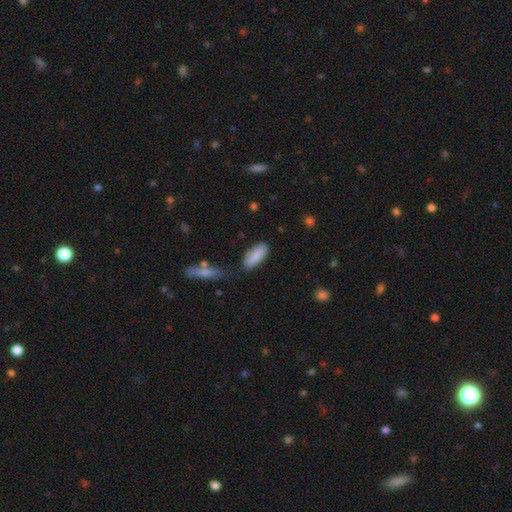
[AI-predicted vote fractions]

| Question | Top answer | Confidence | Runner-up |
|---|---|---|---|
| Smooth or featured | smooth | 86% | featured or disk (8%) |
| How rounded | in between | 71% | cigar-shaped (27%) |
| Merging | none | 77% | minor disturbance (15%) |